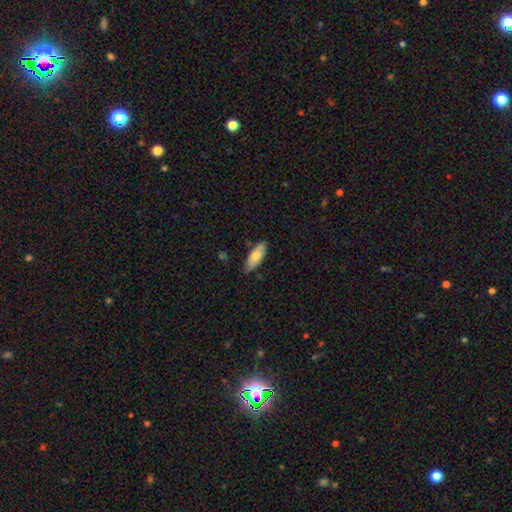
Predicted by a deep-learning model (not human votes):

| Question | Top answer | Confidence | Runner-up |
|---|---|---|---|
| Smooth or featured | smooth | 73% | featured or disk (21%) |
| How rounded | in between | 75% | cigar-shaped (23%) |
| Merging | none | 83% | minor disturbance (13%) |